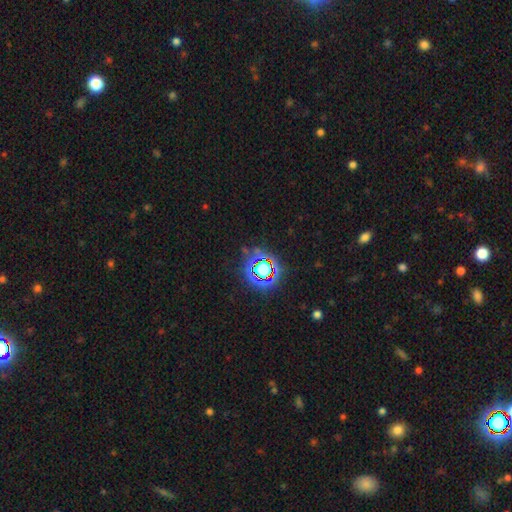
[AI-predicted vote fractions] This is likely a star or artifact rather than a galaxy (79%).